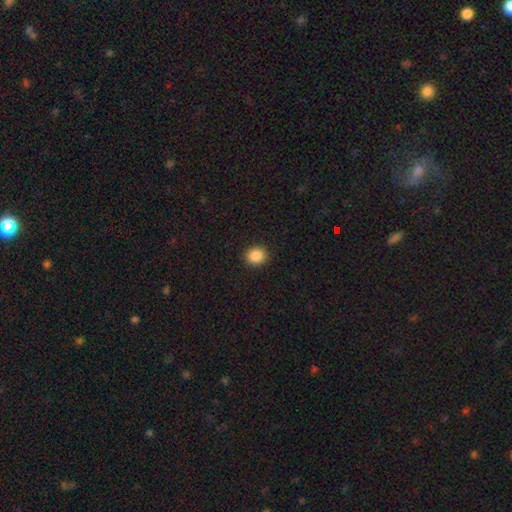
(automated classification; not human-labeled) The model was most divided on "how rounded": round: 80%, in between: 19%, cigar-shaped: 1%. More confident: merging — none (92%); smooth or featured — smooth (87%).